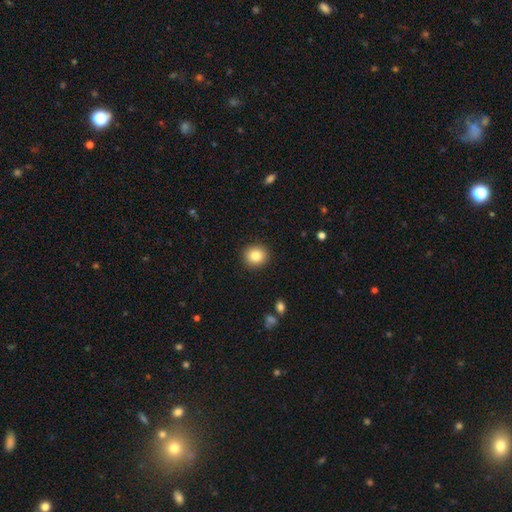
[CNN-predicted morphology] Smooth or featured?
  - smooth: 84% *
  - star or artifact: 9%
  - featured or disk: 7%
How rounded?
  - round: 87% *
  - in between: 12%
  - cigar-shaped: 1%
Merging?
  - none: 91% *
  - minor disturbance: 6%
  - major disturbance: 2%
  - merger: 1%